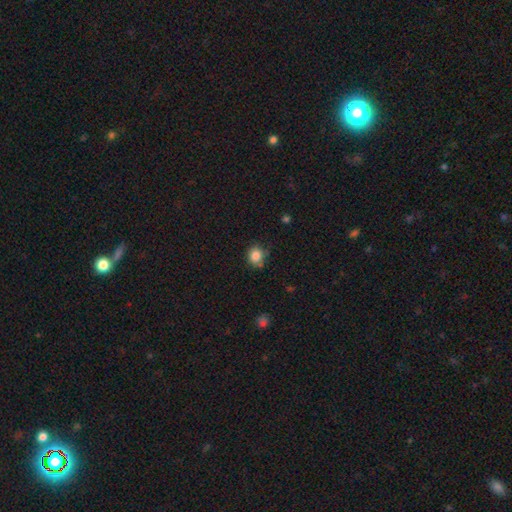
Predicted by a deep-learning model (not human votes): A smooth galaxy with no disk features (84%) that is round (80%).

Vote fractions:
- Smooth or featured? smooth: 84% / star or artifact: 11% / featured or disk: 5%
- How rounded? round: 80% / in between: 19% / cigar-shaped: 1%
- Merging? none: 75% / minor disturbance: 17% / merger: 4% / major disturbance: 4%